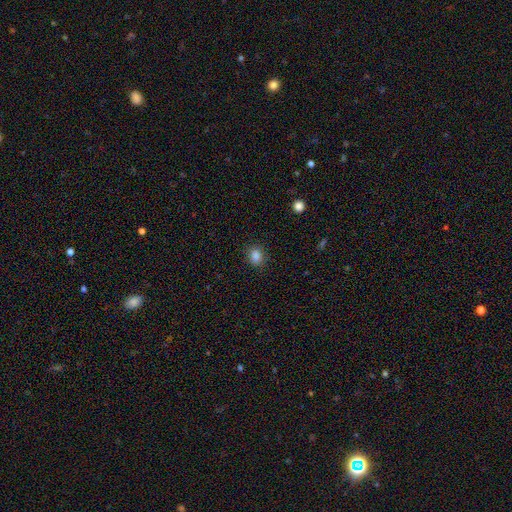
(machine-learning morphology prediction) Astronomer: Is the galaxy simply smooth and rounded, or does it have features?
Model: smooth — 86%.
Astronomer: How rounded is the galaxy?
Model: in between — 53% (runner-up: round, 46%).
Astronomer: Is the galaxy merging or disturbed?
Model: none — 86%.